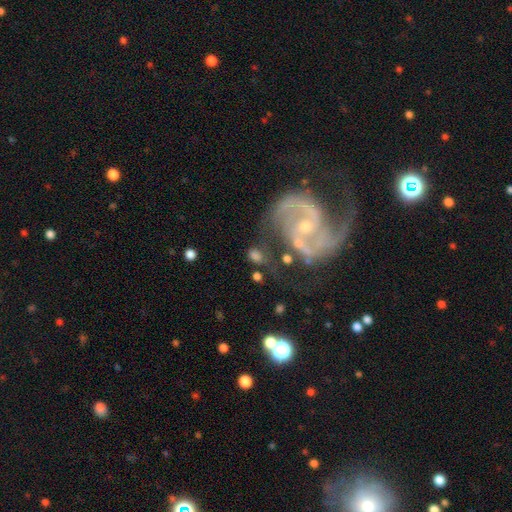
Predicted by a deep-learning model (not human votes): smooth-or-featured: smooth: 45% | featured or disk: 43% | star or artifact: 12%
  merging: none: 49% | minor disturbance: 21% | major disturbance: 16% | merger: 14%